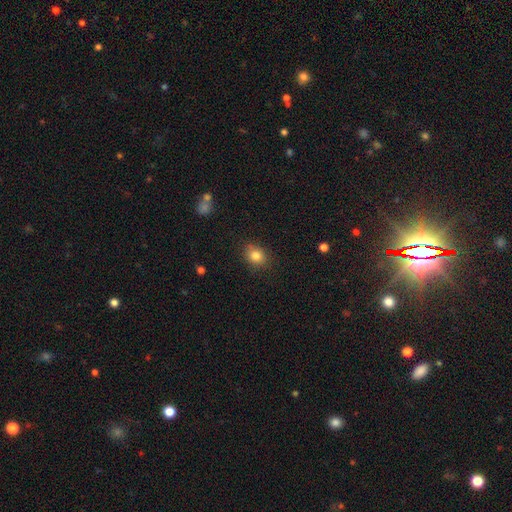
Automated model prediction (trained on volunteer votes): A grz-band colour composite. It shows a smooth galaxy with no disk features (83%) that is round (54%). Merging: none (84%).